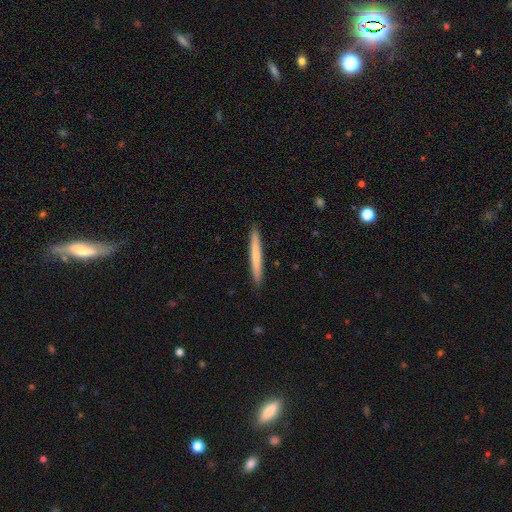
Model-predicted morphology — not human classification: Smooth or featured?
  - smooth: 69% *
  - featured or disk: 27%
  - star or artifact: 5%
How rounded?
  - cigar-shaped: 97% *
  - in between: 2%
  - round: 1%
Merging?
  - none: 92% *
  - minor disturbance: 6%
  - major disturbance: 1%
  - merger: 1%